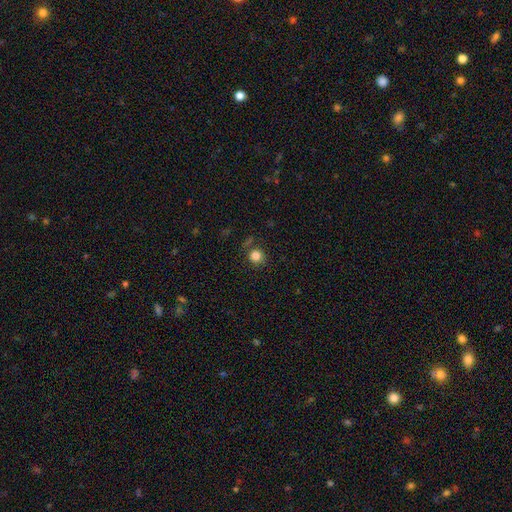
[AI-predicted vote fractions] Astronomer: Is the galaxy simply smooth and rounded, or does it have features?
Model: smooth — 82%.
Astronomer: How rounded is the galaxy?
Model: round — 91%.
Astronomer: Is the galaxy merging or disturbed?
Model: none — 80%.